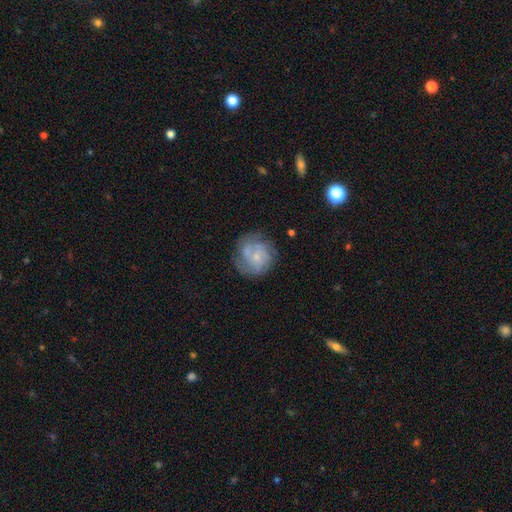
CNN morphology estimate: smooth-or-featured: featured or disk: 58% | smooth: 33% | star or artifact: 9%
  disk-edge-on: no: 98% | yes: 2%
    bar: no: 81% | weak: 16% | strong: 3%
    has-spiral-arms: yes: 66% | no: 34%
    bulge-size: small: 66% | moderate: 22% | none: 10% | large: 2% | dominant: 1%
  merging: none: 62% | minor disturbance: 19% | major disturbance: 11% | merger: 8%